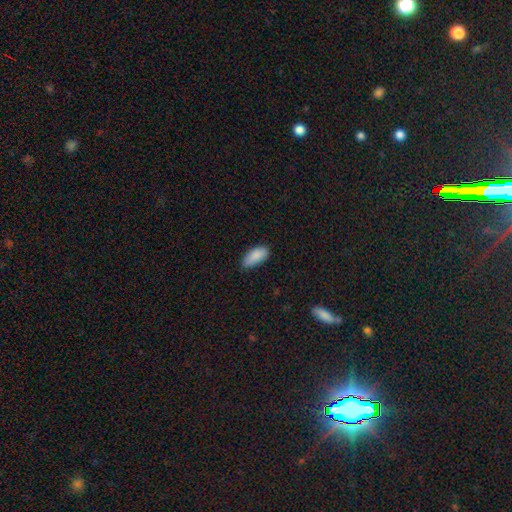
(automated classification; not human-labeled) Smooth or featured?
  - smooth: 87% *
  - star or artifact: 7%
  - featured or disk: 6%
How rounded?
  - in between: 89% *
  - cigar-shaped: 9%
  - round: 2%
Merging?
  - none: 69% *
  - minor disturbance: 26%
  - major disturbance: 3%
  - merger: 1%